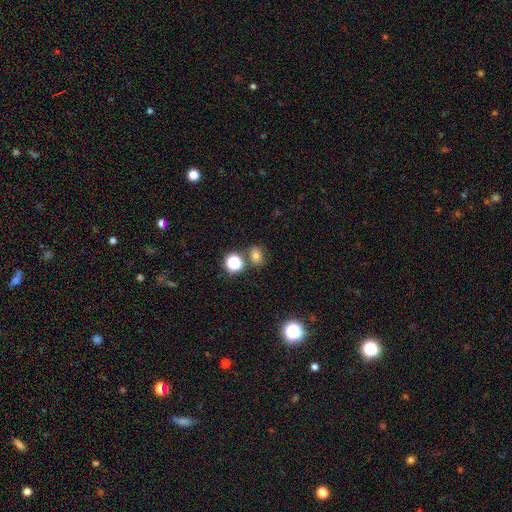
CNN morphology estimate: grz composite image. It shows a smooth galaxy with no disk features (72%) that is in between round and cigar-shaped (53%). Merging: none (70%).